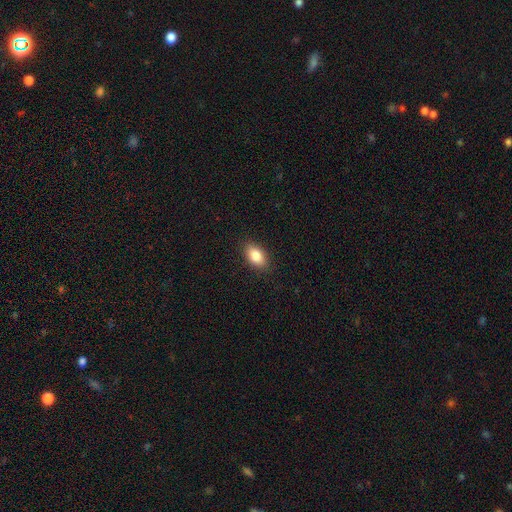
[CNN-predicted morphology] Smooth or featured? smooth (85%)
How rounded? in between (90%)
Merging? none (88%)